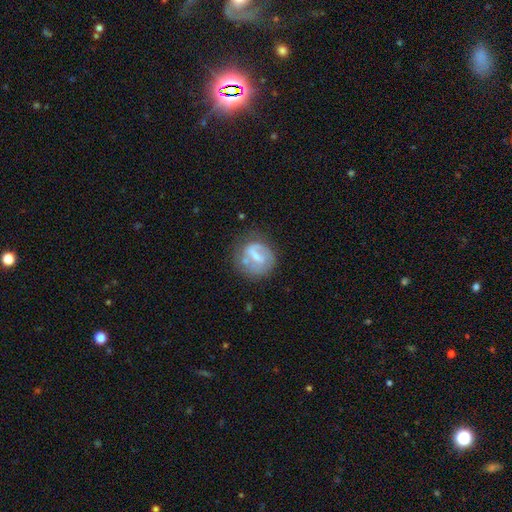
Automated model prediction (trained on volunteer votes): Smooth or featured?
  - featured or disk: 56% *
  - smooth: 37%
  - star or artifact: 7%
Edge-on disk?
  - no: 95% *
  - yes: 5%
Bar?
  - strong: 43% *
  - weak: 40%
  - no: 17%
Spiral arms?
  - no: 54% *
  - yes: 46%
Bulge size?
  - small: 40% *
  - moderate: 36%
  - none: 19%
  - large: 4%
  - dominant: 1%
Merging?
  - none: 55% *
  - minor disturbance: 24%
  - major disturbance: 16%
  - merger: 6%